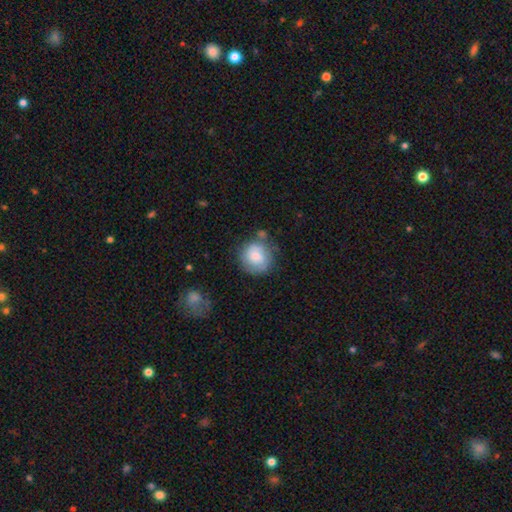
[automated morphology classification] Smooth or featured: smooth — 68% (featured or disk — 25%)
How rounded: round — 87% (in between — 12%)
Merging: none — 63% (minor disturbance — 22%)